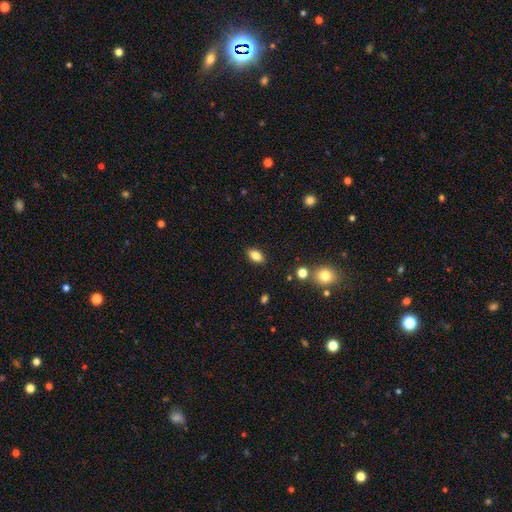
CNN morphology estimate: A smooth galaxy with no disk features (81%) that is in between round and cigar-shaped (88%). Merging: none (87%).